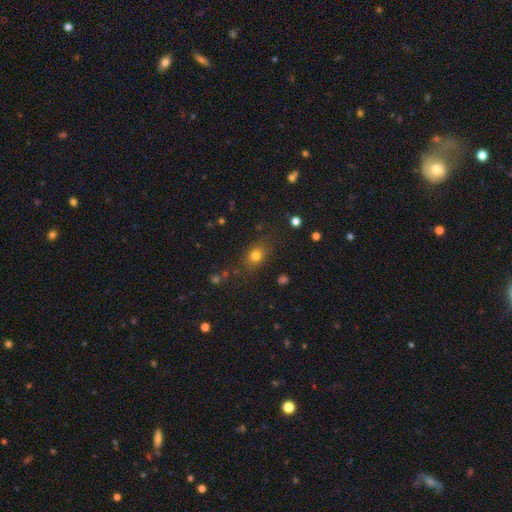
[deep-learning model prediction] A smooth galaxy with no disk features (76%) that is in between round and cigar-shaped (52%).

Vote fractions:
- Smooth or featured? smooth: 76% / star or artifact: 15% / featured or disk: 9%
- How rounded? in between: 52% / round: 45% / cigar-shaped: 3%
- Merging? none: 78% / minor disturbance: 14% / major disturbance: 5% / merger: 3%